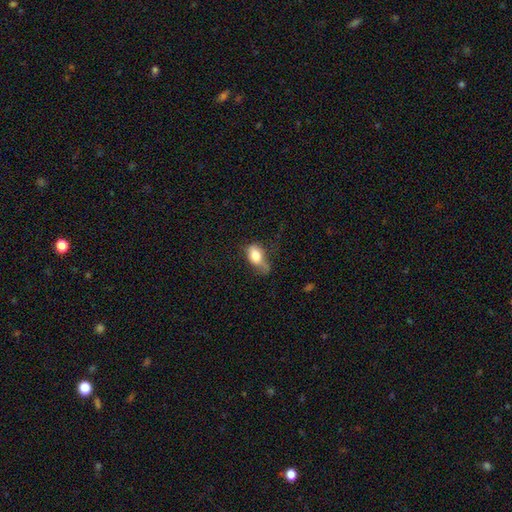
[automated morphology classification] Smooth or featured: smooth — 76% (featured or disk — 16%)
How rounded: in between — 85% (round — 11%)
Merging: minor disturbance — 34% (none — 31%)